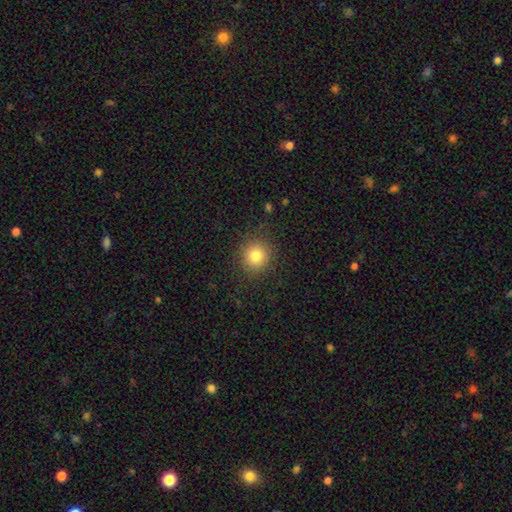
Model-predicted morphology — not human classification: smooth 81%, star or artifact 12%, featured or disk 7%. Down the decision tree: how rounded — round (89%); merging — none (87%).